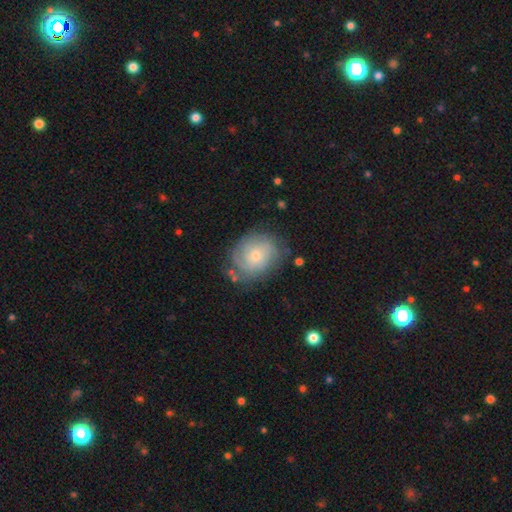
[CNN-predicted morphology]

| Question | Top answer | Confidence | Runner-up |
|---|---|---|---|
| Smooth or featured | featured or disk | 67% | smooth (25%) |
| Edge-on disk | no | 97% | yes (3%) |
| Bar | no | 76% | weak (21%) |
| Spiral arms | yes | 87% | no (13%) |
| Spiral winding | tight | 63% | medium (27%) |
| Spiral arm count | can't tell | 45% | 2 (22%) |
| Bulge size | small | 60% | moderate (36%) |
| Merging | none | 70% | minor disturbance (20%) |